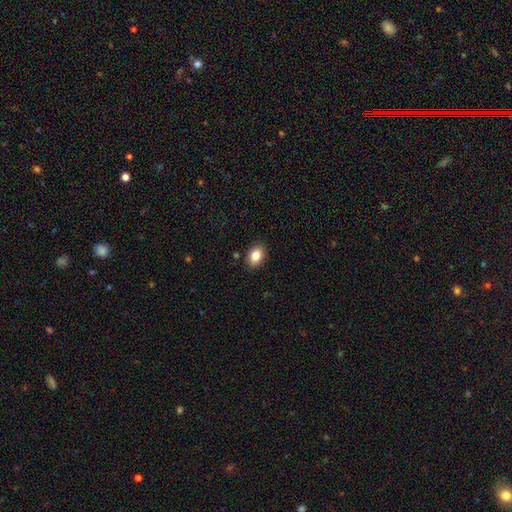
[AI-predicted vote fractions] smooth_or_featured: smooth (p=0.84) [alt: star or artifact p=0.09]
how_rounded: in between (p=0.80) [alt: round p=0.19]
merging: none (p=0.88) [alt: minor disturbance p=0.08]